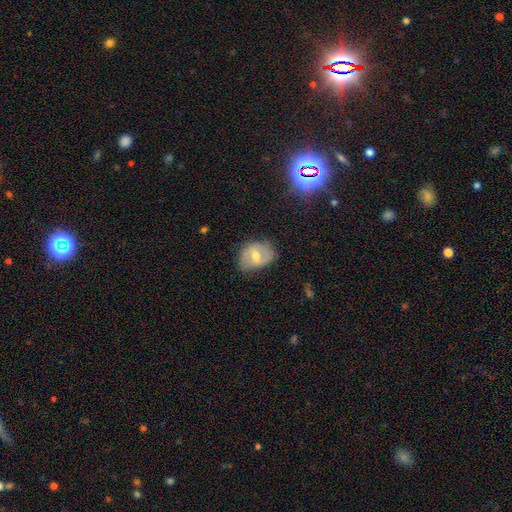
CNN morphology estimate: smooth-or-featured: featured or disk: 50% | smooth: 41% | star or artifact: 10%
  merging: none: 69% | minor disturbance: 24% | major disturbance: 6% | merger: 1%